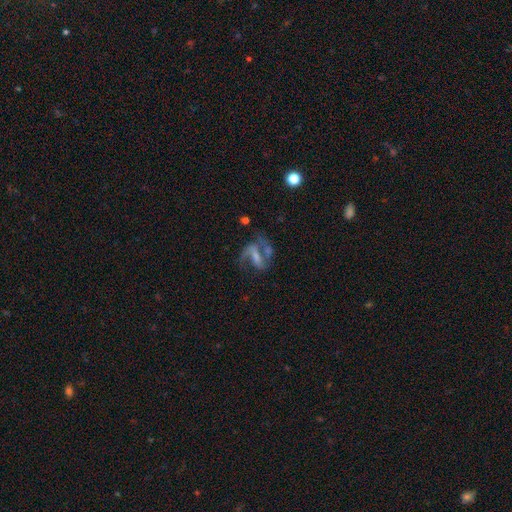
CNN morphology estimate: This is likely a featured or disk galaxy (77%). It is clearly not viewed edge-on (96%). Bar: marginally weak (39%). Spiral arm pattern: clearly yes (88%). Spiral arm count: likely 2 (77%). Spiral winding: possibly loose (46%). Central bulge: marginally small (41%). Merging: marginally none (40%).